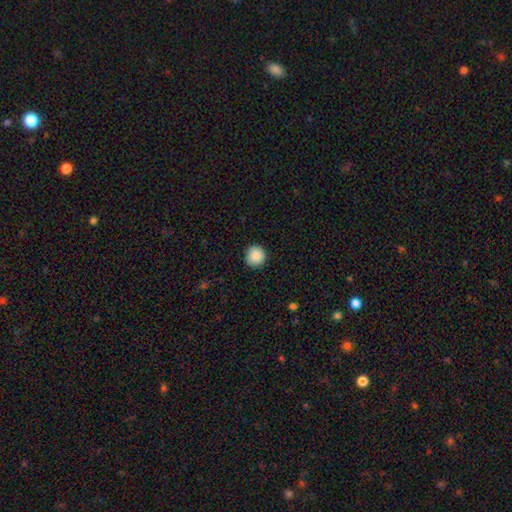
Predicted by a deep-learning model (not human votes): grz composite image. It shows a smooth galaxy with no disk features (88%) that is round (94%). Merging: none (90%).